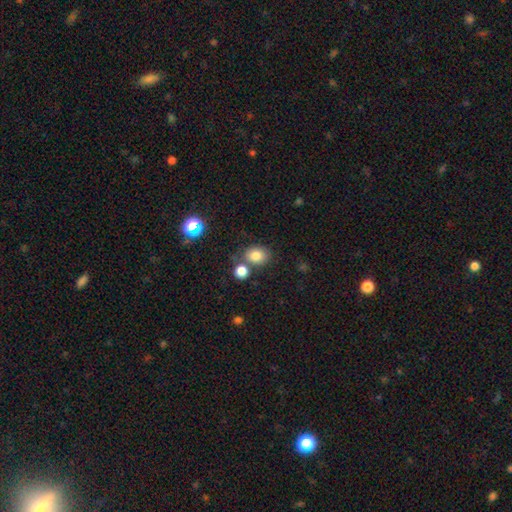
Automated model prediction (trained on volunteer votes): Overall: smooth (80%). How rounded: in between (51%; round 48%). Merging: none (67%).